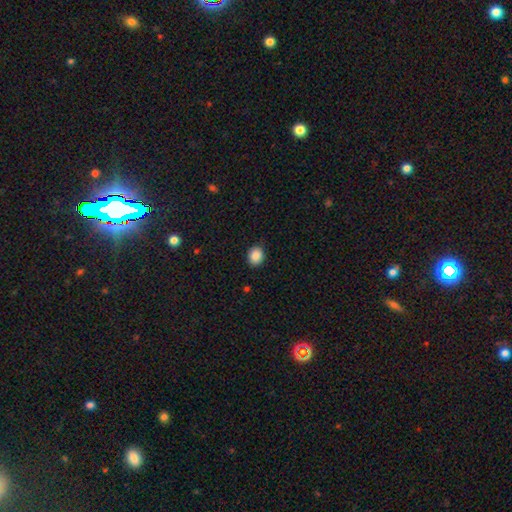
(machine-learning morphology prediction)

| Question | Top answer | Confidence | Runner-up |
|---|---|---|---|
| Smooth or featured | smooth | 88% | star or artifact (9%) |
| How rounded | round | 62% | in between (37%) |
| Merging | none | 89% | minor disturbance (8%) |